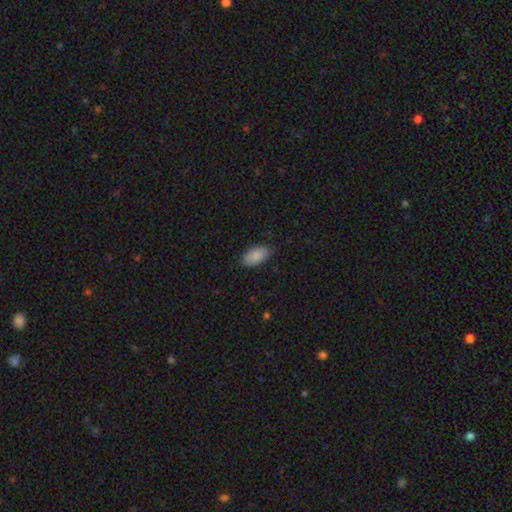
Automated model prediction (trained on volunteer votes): Smooth or featured?
  - smooth: 88% *
  - star or artifact: 6%
  - featured or disk: 6%
How rounded?
  - in between: 94% *
  - round: 4%
  - cigar-shaped: 2%
Merging?
  - none: 81% *
  - minor disturbance: 15%
  - major disturbance: 3%
  - merger: 1%